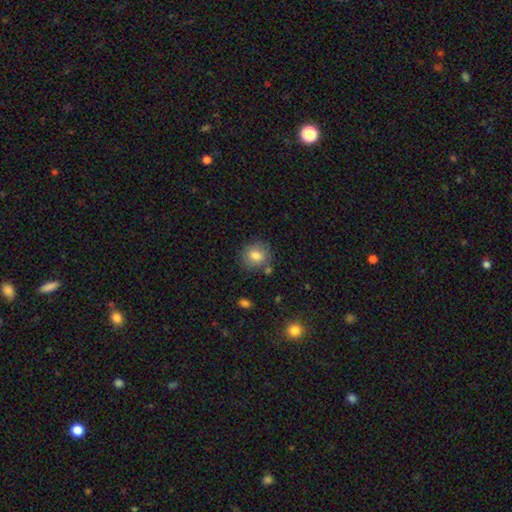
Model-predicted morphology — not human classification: A smooth galaxy with no disk features (80%) that is round (80%). Merging: none (78%).